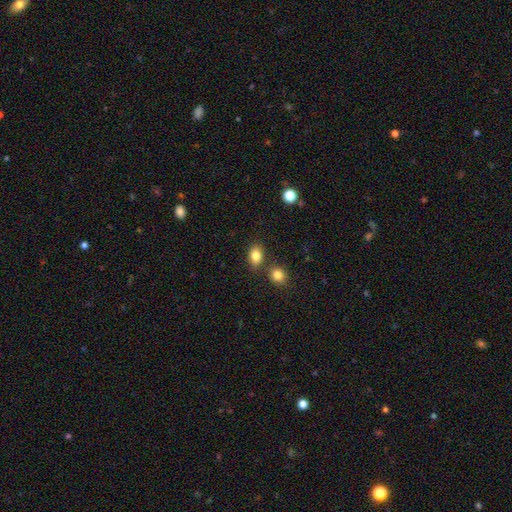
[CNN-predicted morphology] smooth-or-featured: smooth: 84% | star or artifact: 10% | featured or disk: 7%
  how-rounded: in between: 75% | round: 24% | cigar-shaped: 1%
  merging: none: 75% | merger: 12% | minor disturbance: 10% | major disturbance: 3%